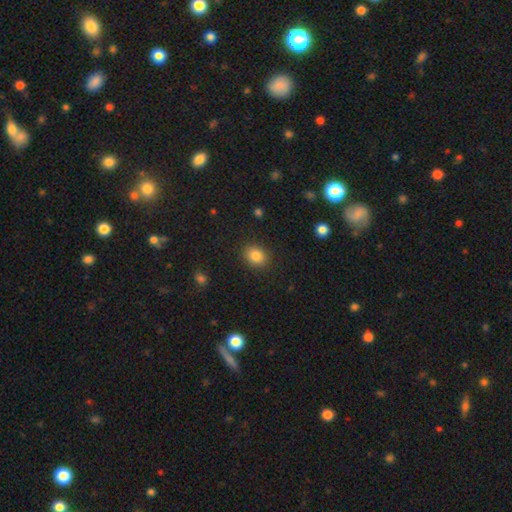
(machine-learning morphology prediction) smooth_or_featured: smooth (p=0.85) [alt: star or artifact p=0.10]
how_rounded: in between (p=0.50) [tied with: round p=0.50]
merging: none (p=0.88) [alt: minor disturbance p=0.08]